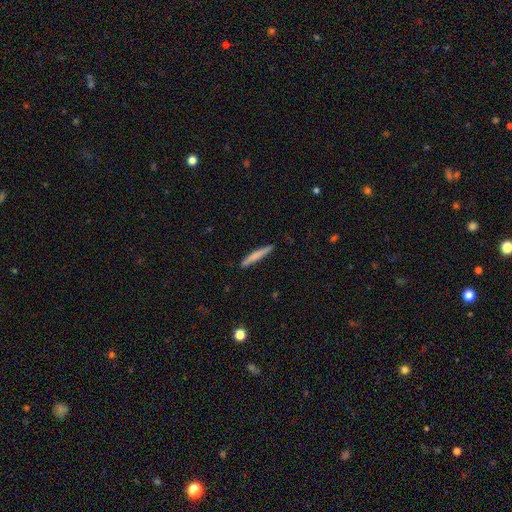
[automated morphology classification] A smooth galaxy with no disk features (73%) that is cigar-shaped (95%). Merging: none (89%).